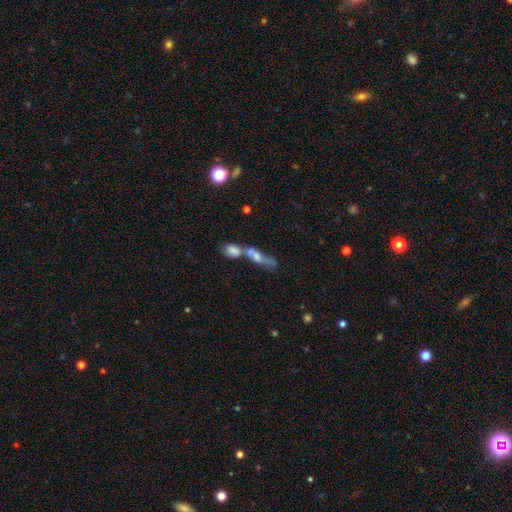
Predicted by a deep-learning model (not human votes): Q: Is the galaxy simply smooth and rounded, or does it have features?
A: featured or disk — 43%.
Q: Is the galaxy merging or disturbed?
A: merger — 56%.